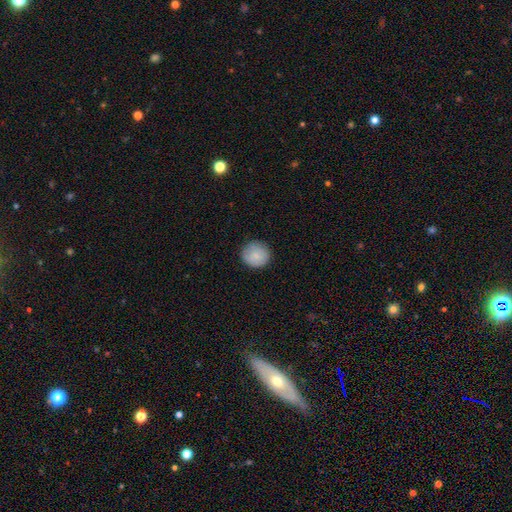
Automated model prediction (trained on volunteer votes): A smooth galaxy with no disk features (85%) that is round (93%).

Vote fractions:
- Smooth or featured? smooth: 85% / featured or disk: 8% / star or artifact: 7%
- How rounded? round: 93% / in between: 6% / cigar-shaped: 1%
- Merging? none: 87% / minor disturbance: 10% / major disturbance: 2% / merger: 1%